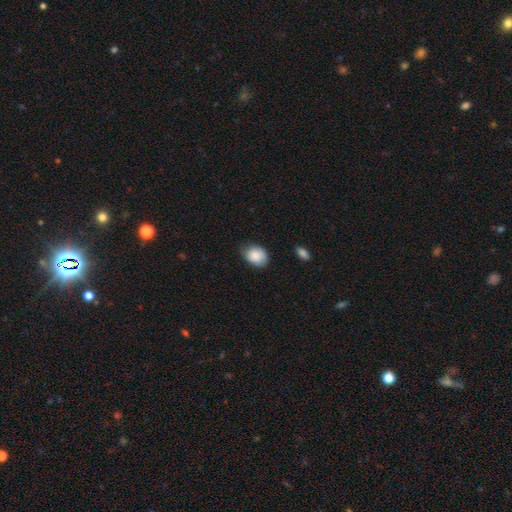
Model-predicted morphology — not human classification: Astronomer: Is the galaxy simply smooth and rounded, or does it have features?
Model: smooth — 85%.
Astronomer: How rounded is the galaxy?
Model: in between — 59% (runner-up: round, 40%).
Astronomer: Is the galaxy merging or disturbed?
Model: none — 62%.